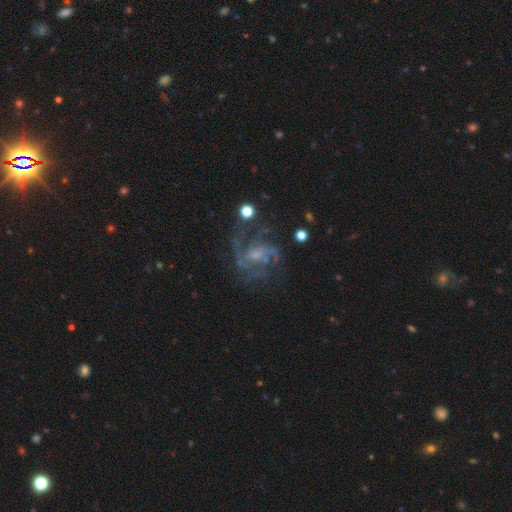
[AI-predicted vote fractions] This appears to be a featured or disk galaxy (80%) with no bar (48%), 3 (27%, tied with 2) medium (50%) spiral arms (90%) and a small central bulge (52%). Merging: none (56%).